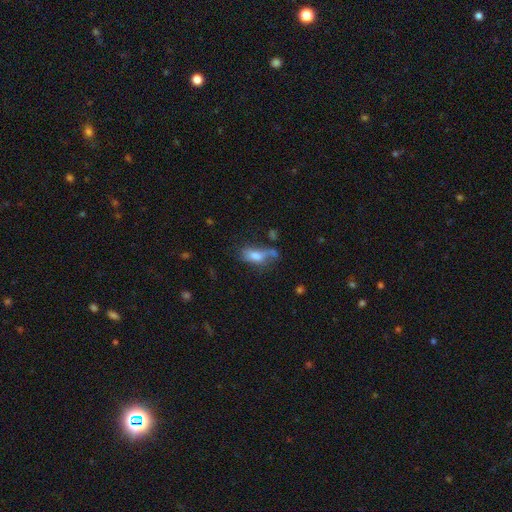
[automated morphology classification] Smooth or featured: smooth — 64% (featured or disk — 23%)
How rounded: in between — 76% (cigar-shaped — 17%)
Merging: none — 40% (minor disturbance — 24%)